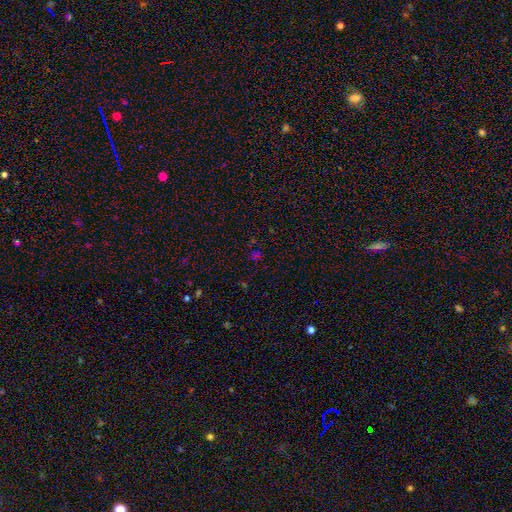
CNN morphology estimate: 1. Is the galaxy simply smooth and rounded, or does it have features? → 54% star or artifact, 39% smooth, 8% featured or disk.